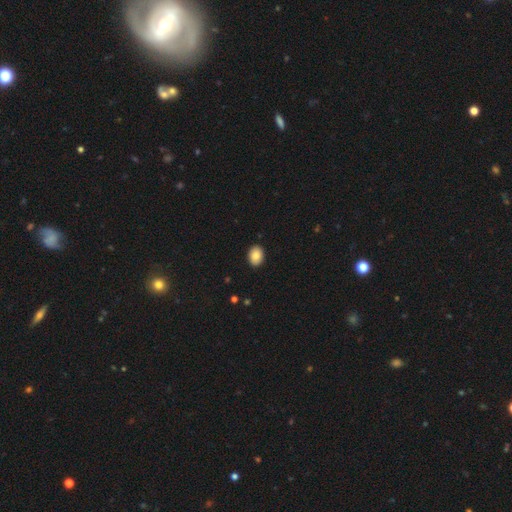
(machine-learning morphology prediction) smooth 86%, star or artifact 8%, featured or disk 6%. Down the decision tree: how rounded — in between (73%); merging — none (91%).